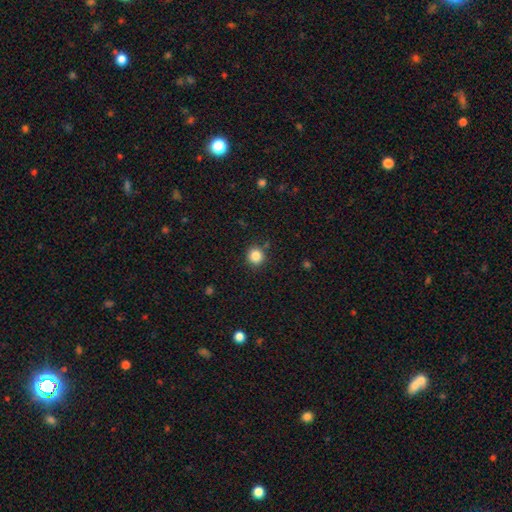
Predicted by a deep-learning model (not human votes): smooth_or_featured: smooth (p=0.84) [alt: star or artifact p=0.12]
how_rounded: round (p=0.91) [alt: in between p=0.08]
merging: none (p=0.87) [alt: minor disturbance p=0.08]